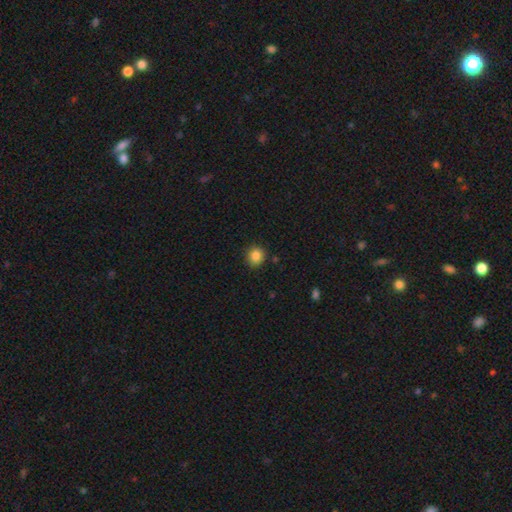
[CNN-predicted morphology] This appears to be a smooth galaxy with no disk features (86%) that is round (88%). Merging: none (89%).